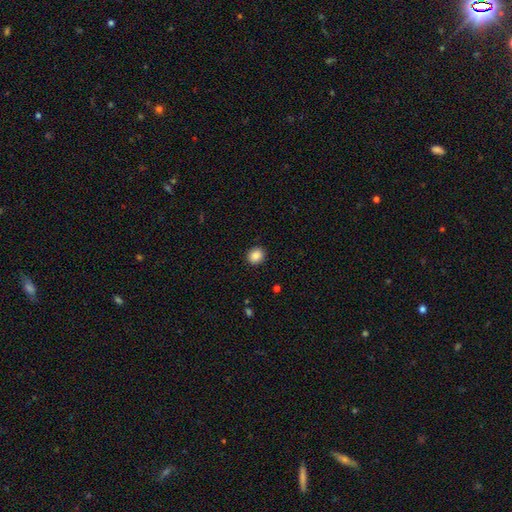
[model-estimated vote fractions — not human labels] A smooth galaxy with no disk features (88%) that is round (77%).

Vote fractions:
- Smooth or featured? smooth: 88% / star or artifact: 9% / featured or disk: 3%
- How rounded? round: 77% / in between: 22% / cigar-shaped: 1%
- Merging? none: 91% / minor disturbance: 6% / major disturbance: 2% / merger: 1%